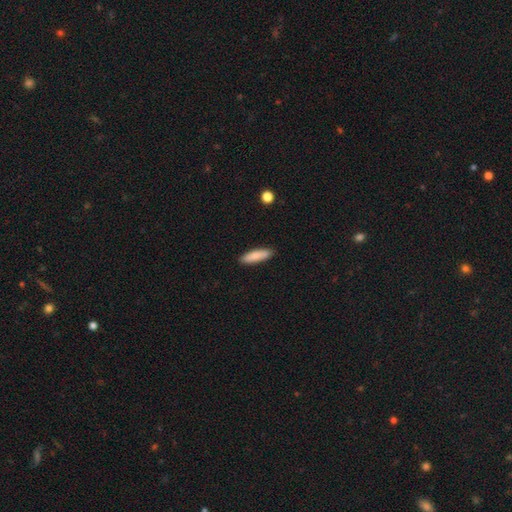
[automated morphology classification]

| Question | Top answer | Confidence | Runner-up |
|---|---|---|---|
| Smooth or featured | smooth | 84% | featured or disk (10%) |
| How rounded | cigar-shaped | 65% | in between (33%) |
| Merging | none | 89% | minor disturbance (9%) |